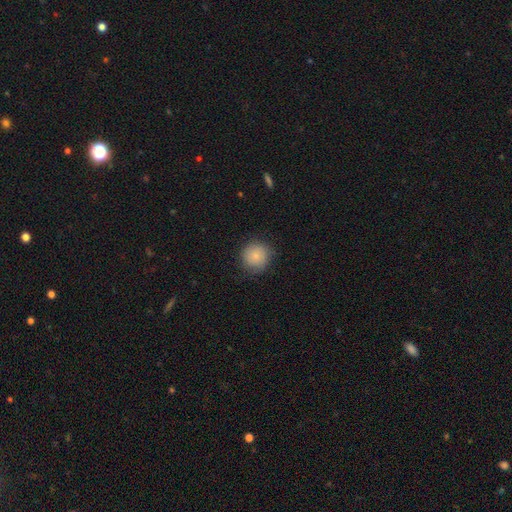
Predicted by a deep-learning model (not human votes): Smooth or featured: smooth — 85% (star or artifact — 8%)
How rounded: round — 92% (in between — 7%)
Merging: none — 82% (minor disturbance — 13%)